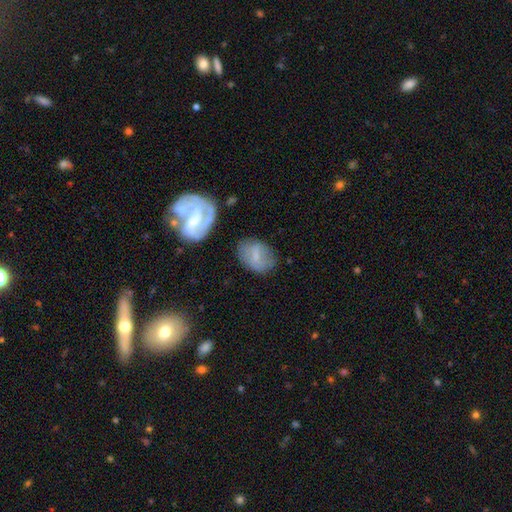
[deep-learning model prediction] The model was most divided on "smooth or featured": smooth: 54%, featured or disk: 38%, star or artifact: 8%. More confident: how rounded — in between (77%); merging — none (67%).